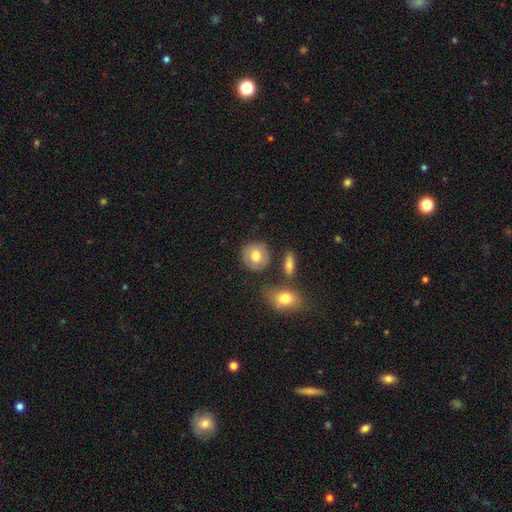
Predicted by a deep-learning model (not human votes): Morphology: type=smooth (77%); roundness=round (84%); merging=none (78%).